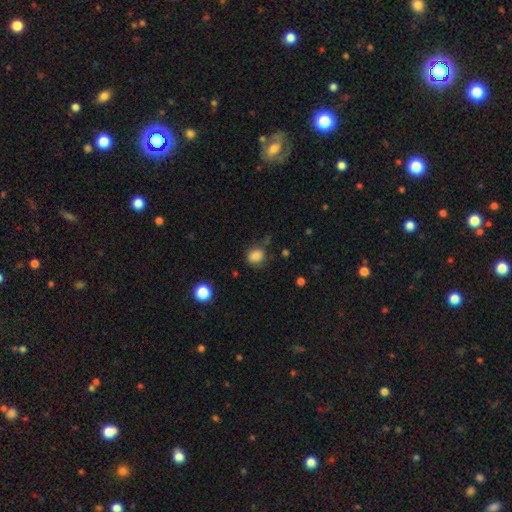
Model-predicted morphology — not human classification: Overall: smooth (84%). How rounded: round (70%). Merging: none (67%).